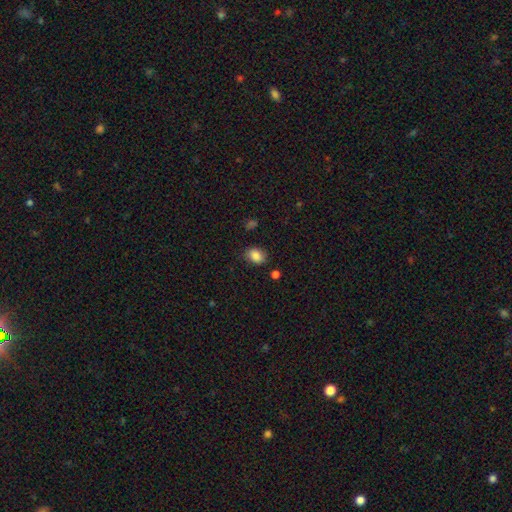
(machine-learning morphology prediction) type=smooth (85%); roundness=in between (71%); merging=none (81%).